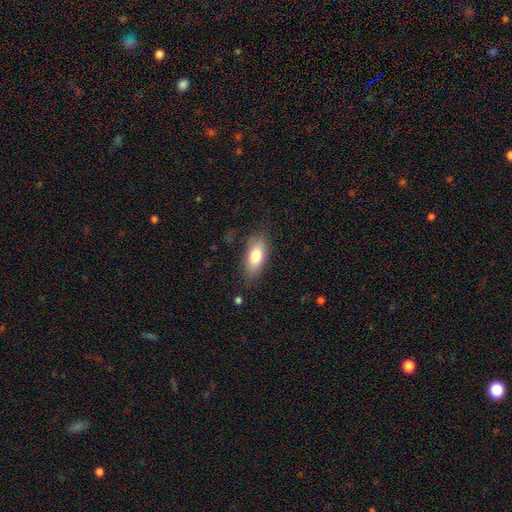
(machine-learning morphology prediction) The model was most divided on "smooth or featured": smooth: 76%, featured or disk: 17%, star or artifact: 7%. More confident: how rounded — in between (81%); merging — none (78%).